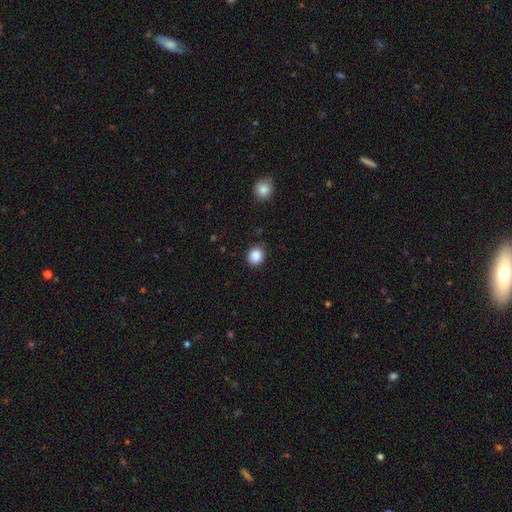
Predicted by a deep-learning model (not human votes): smooth_or_featured: smooth (p=0.88) [alt: star or artifact p=0.09]
how_rounded: round (p=0.73) [alt: in between p=0.26]
merging: none (p=0.85) [alt: minor disturbance p=0.10]